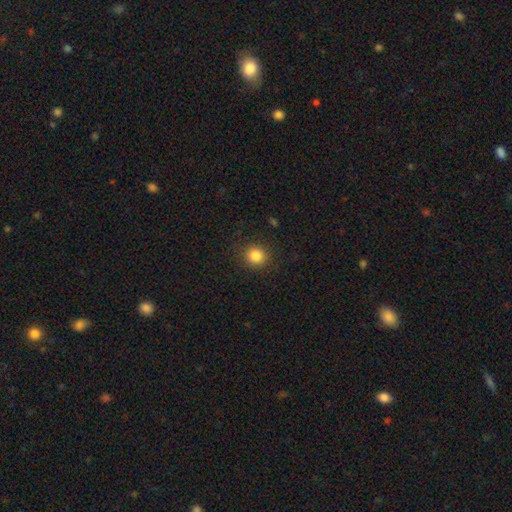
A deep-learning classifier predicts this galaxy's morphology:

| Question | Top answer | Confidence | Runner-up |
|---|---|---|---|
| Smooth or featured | smooth | 84% | star or artifact (11%) |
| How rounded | round | 90% | in between (9%) |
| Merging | none | 89% | minor disturbance (7%) |